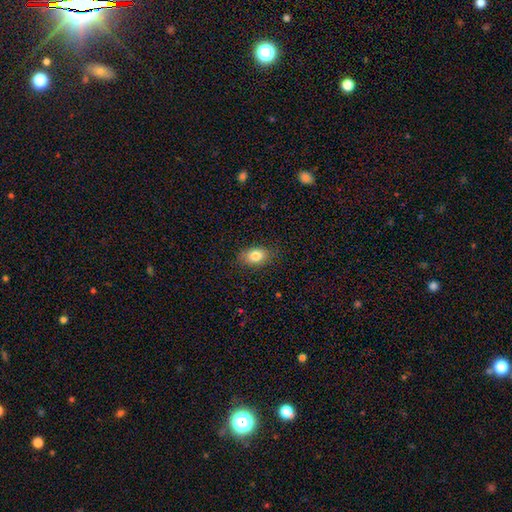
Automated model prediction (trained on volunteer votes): This appears to be a smooth galaxy with no disk features (83%) that is in between round and cigar-shaped (86%). Merging: none (84%).